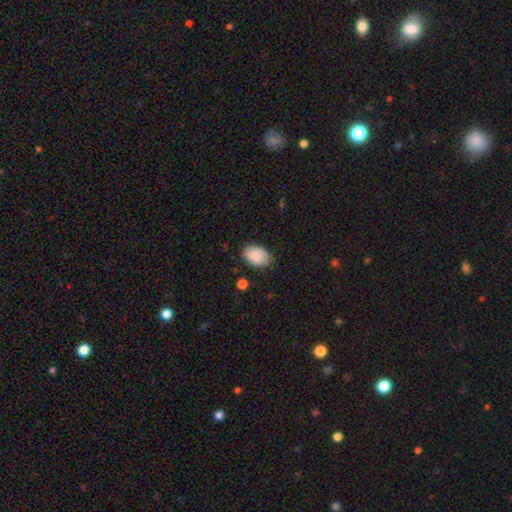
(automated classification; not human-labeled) A smooth galaxy with no disk features (80%) that is in between round and cigar-shaped (84%).

Vote fractions:
- Smooth or featured? smooth: 80% / featured or disk: 12% / star or artifact: 7%
- How rounded? in between: 84% / round: 15% / cigar-shaped: 1%
- Merging? none: 75% / minor disturbance: 19% / major disturbance: 4% / merger: 2%